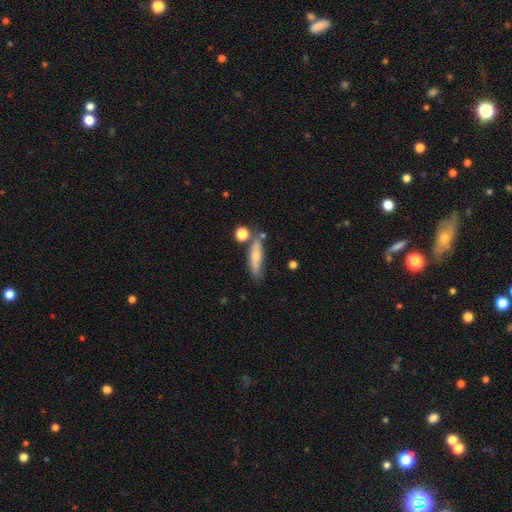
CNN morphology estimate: Smooth or featured? Predicted: smooth (p=0.66). How rounded? Predicted: cigar-shaped (p=0.56). Merging? Predicted: none (p=0.64).